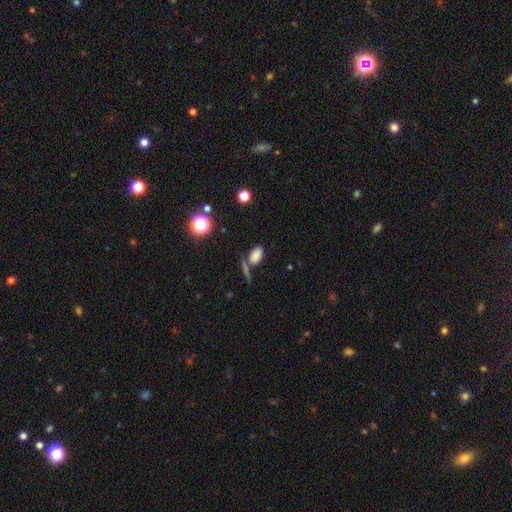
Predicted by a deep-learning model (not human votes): smooth 79%, star or artifact 13%, featured or disk 8%. Down the decision tree: how rounded — in between (85%); merging — none (61%).